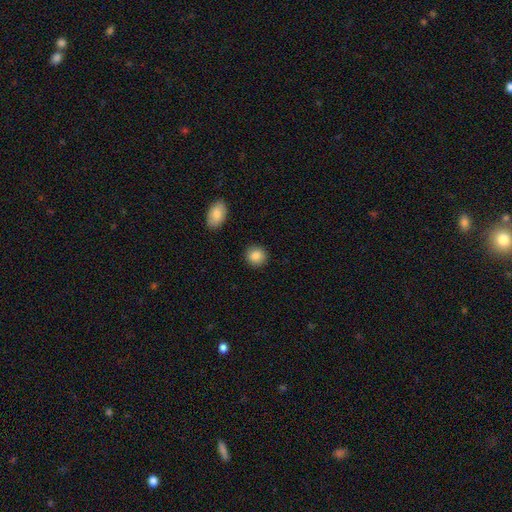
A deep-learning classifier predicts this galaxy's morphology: Smooth or featured?
  - smooth: 87% *
  - star or artifact: 8%
  - featured or disk: 5%
How rounded?
  - round: 87% *
  - in between: 12%
  - cigar-shaped: 1%
Merging?
  - none: 91% *
  - minor disturbance: 6%
  - major disturbance: 2%
  - merger: 2%